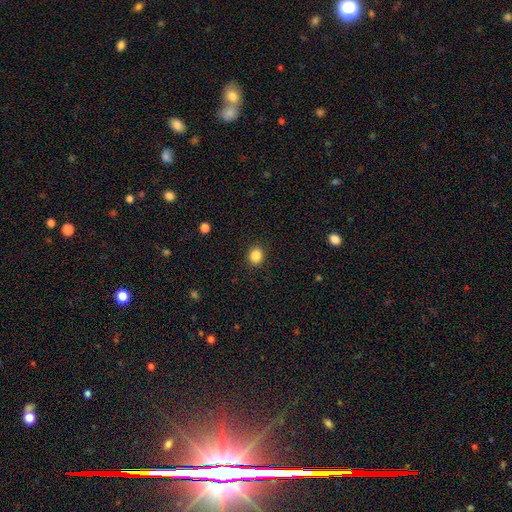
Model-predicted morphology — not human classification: A smooth galaxy with no disk features (86%) that is round (70%).

Vote fractions:
- Smooth or featured? smooth: 86% / star or artifact: 10% / featured or disk: 4%
- How rounded? round: 70% / in between: 29% / cigar-shaped: 1%
- Merging? none: 90% / minor disturbance: 7% / major disturbance: 2% / merger: 1%